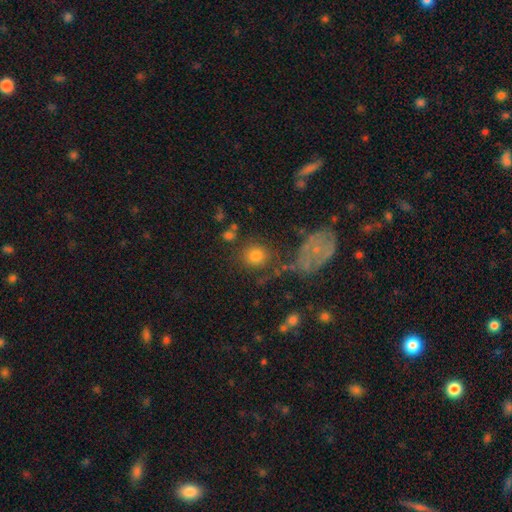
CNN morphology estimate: Smooth or featured: smooth — 74% (featured or disk — 14%)
How rounded: round — 87% (in between — 11%)
Merging: none — 69% (minor disturbance — 13%)